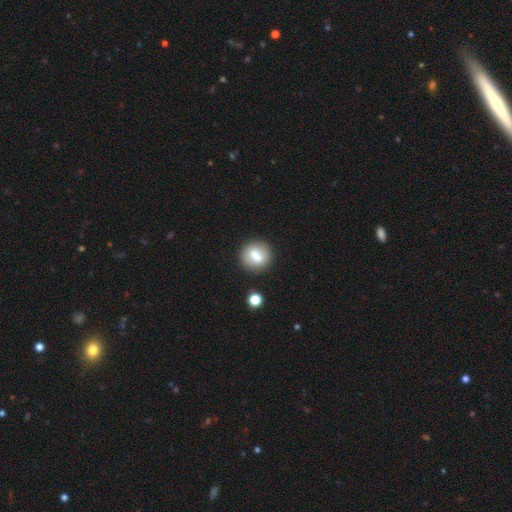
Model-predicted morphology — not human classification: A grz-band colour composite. It shows a smooth galaxy with no disk features (67%) that is round (81%). Merging: none (81%).